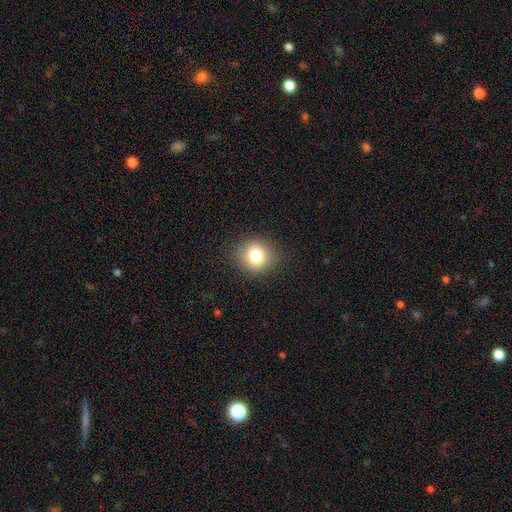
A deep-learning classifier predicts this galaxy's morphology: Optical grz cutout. It shows a smooth galaxy with no disk features (80%) that is round (84%). Merging: none (88%).